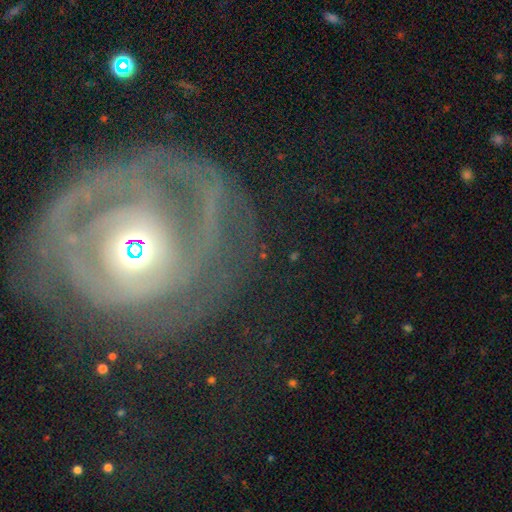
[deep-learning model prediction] Smooth or featured? Predicted: featured or disk (p=0.75). Edge-on disk? Predicted: no (p=0.95). Bar? Predicted: no (p=0.62). Spiral arms? Predicted: yes (p=0.73). Spiral winding? Predicted: tight (p=0.70). Spiral arm count? Predicted: can't tell (p=0.40). Bulge size? Predicted: moderate (p=0.52). Merging? Predicted: none (p=0.63).